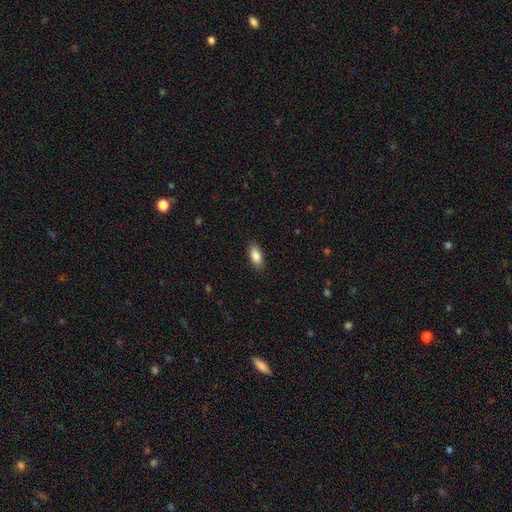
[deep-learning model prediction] smooth-or-featured: smooth: 86% | featured or disk: 8% | star or artifact: 7%
  how-rounded: in between: 87% | cigar-shaped: 11% | round: 2%
  merging: none: 88% | minor disturbance: 9% | major disturbance: 2% | merger: 1%